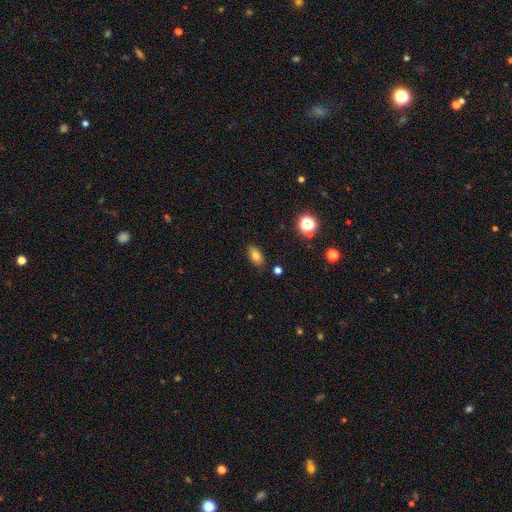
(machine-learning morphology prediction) Smooth or featured?
  - smooth: 75% *
  - featured or disk: 13%
  - star or artifact: 12%
How rounded?
  - in between: 88% *
  - round: 8%
  - cigar-shaped: 4%
Merging?
  - none: 85% *
  - minor disturbance: 11%
  - major disturbance: 2%
  - merger: 2%